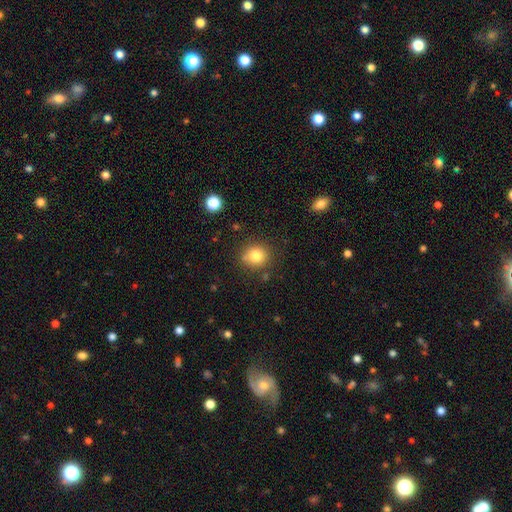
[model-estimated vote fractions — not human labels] smooth 81%, star or artifact 11%, featured or disk 8%. Down the decision tree: how rounded — round (84%); merging — none (79%).